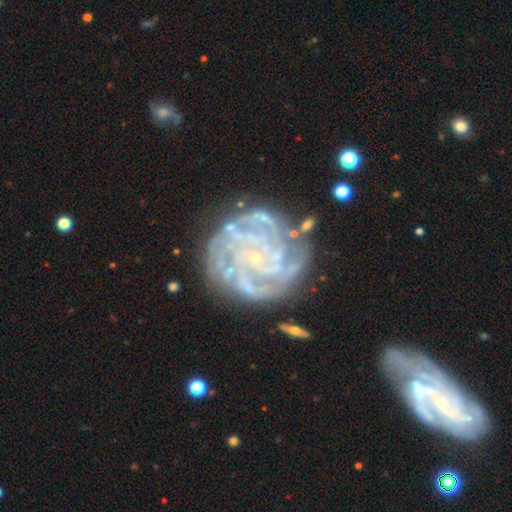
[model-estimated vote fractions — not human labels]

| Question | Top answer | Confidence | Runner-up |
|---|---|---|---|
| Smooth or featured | featured or disk | 87% | star or artifact (7%) |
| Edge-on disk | no | 98% | yes (2%) |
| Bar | no | 71% | weak (22%) |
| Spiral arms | yes | 96% | no (4%) |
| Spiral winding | tight | 75% | medium (20%) |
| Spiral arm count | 4 | 28% | can't tell (21%) |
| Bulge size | small | 82% | none (10%) |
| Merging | none | 71% | minor disturbance (18%) |